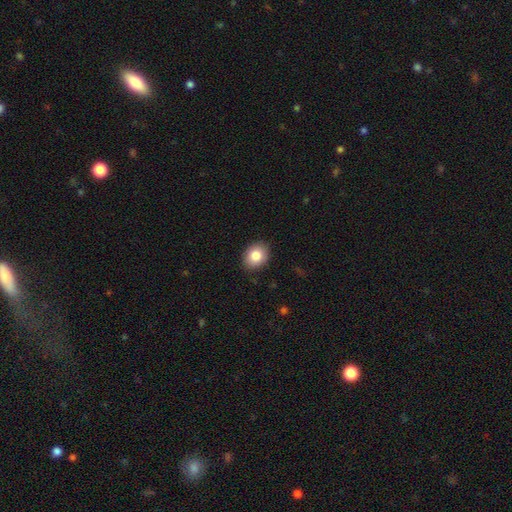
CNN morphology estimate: smooth 83%, star or artifact 9%, featured or disk 8%. Down the decision tree: how rounded — in between (54%); merging — none (88%).